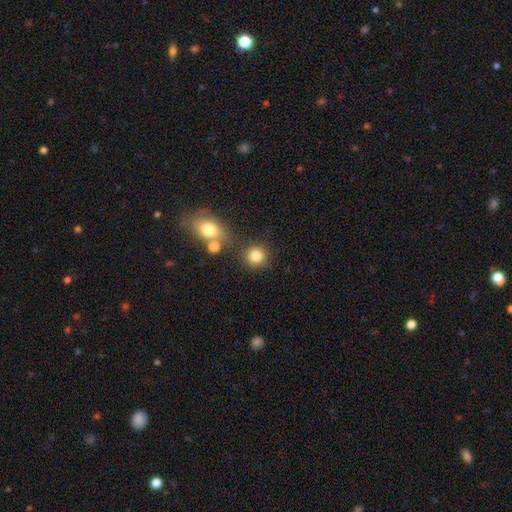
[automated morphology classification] Smooth or featured: smooth — 81% (star or artifact — 12%)
How rounded: round — 90% (in between — 9%)
Merging: none — 78% (merger — 10%)